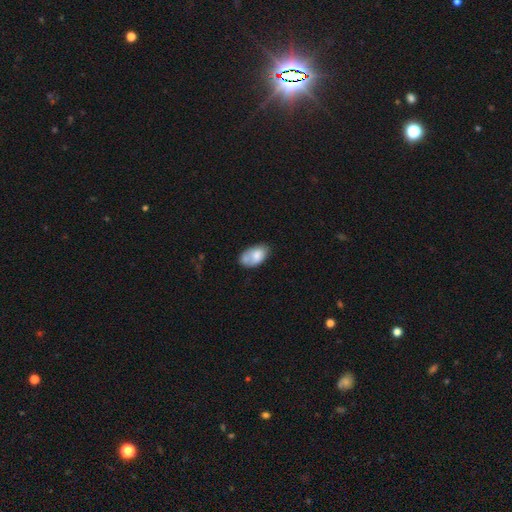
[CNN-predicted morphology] Overall: smooth (72%). How rounded: in between (91%). Merging: none (41%; merger 26%).